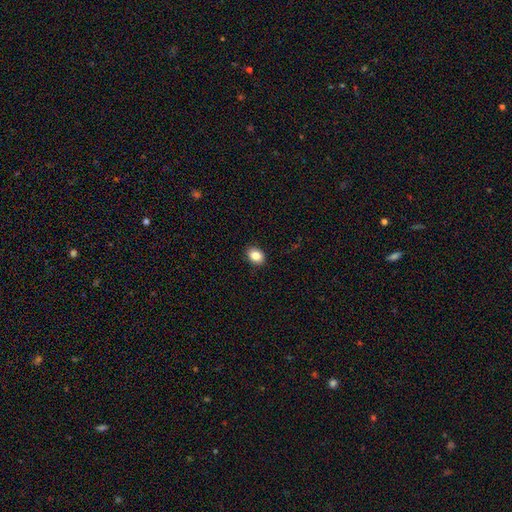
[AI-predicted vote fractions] Q: Smooth or featured?
A: smooth (85%); runner-up: star or artifact (9%)
Q: How rounded?
A: in between (64%); runner-up: round (35%)
Q: Merging?
A: none (90%); runner-up: minor disturbance (7%)